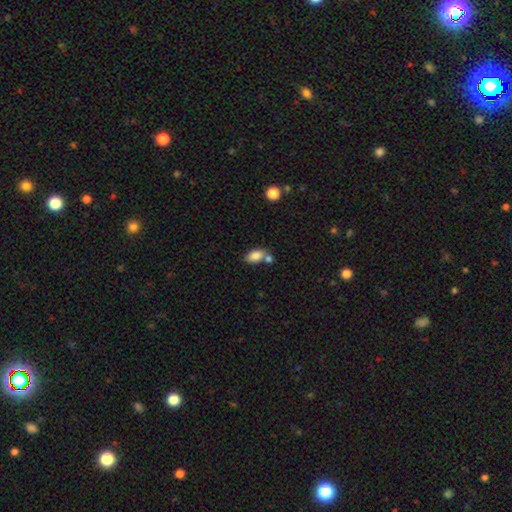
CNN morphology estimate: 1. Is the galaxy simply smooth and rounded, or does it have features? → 84% smooth, 8% star or artifact, 7% featured or disk.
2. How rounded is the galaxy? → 90% in between, 8% round, 3% cigar-shaped.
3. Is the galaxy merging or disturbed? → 53% none, 30% merger, 14% minor disturbance, 4% major disturbance.